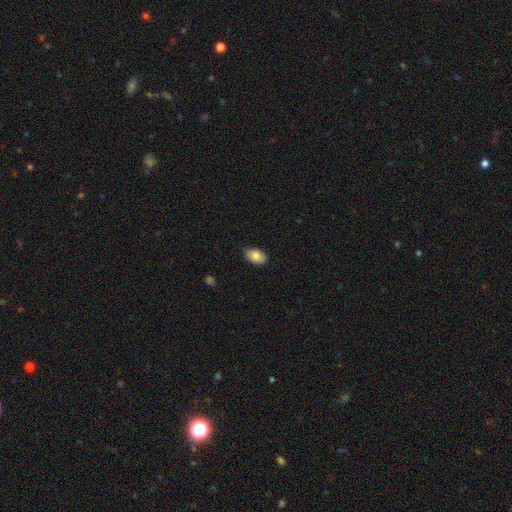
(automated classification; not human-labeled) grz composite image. It shows a smooth galaxy with no disk features (81%) that is in between round and cigar-shaped (92%). Merging: none (88%).